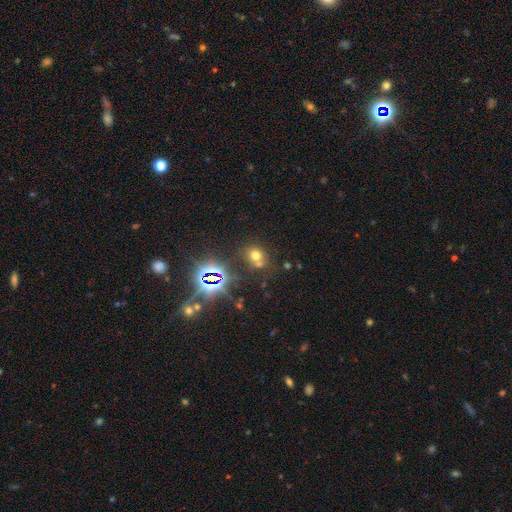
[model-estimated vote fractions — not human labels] Q: Smooth or featured?
A: smooth (56%); runner-up: star or artifact (31%)
Q: How rounded?
A: round (66%); runner-up: in between (32%)
Q: Merging?
A: none (57%); runner-up: merger (25%)